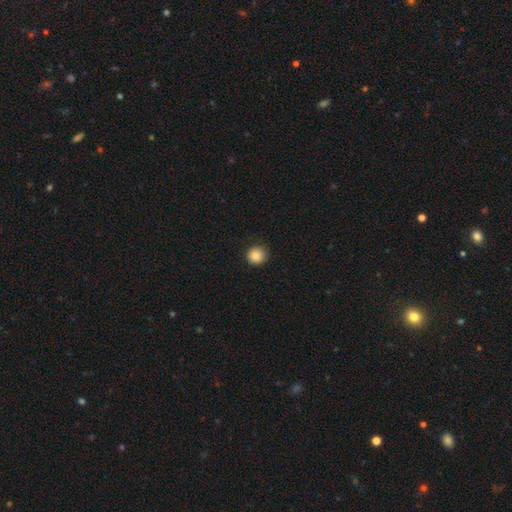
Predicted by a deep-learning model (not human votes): The model was most divided on "smooth or featured": smooth: 85%, star or artifact: 10%, featured or disk: 5%. More confident: how rounded — round (93%); merging — none (89%).